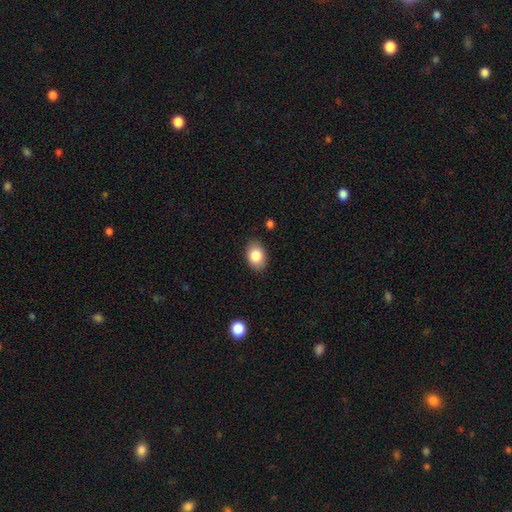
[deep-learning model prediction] This is clearly a smooth galaxy (85%). How rounded: likely in between (78%). Merging: clearly none (86%).